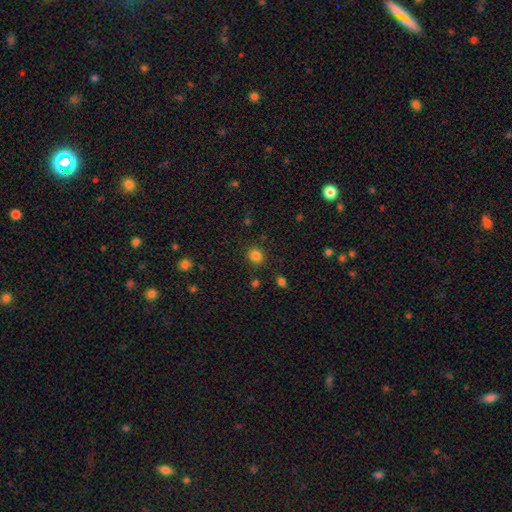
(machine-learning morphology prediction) smooth 83%, star or artifact 13%, featured or disk 4%. Down the decision tree: how rounded — round (84%); merging — none (87%).